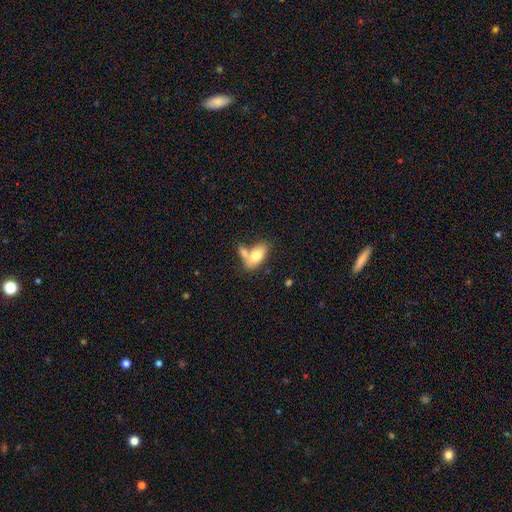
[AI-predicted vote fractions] smooth-or-featured: smooth: 74% | featured or disk: 20% | star or artifact: 6%
  how-rounded: in between: 89% | cigar-shaped: 7% | round: 4%
  merging: merger: 43% | none: 36% | minor disturbance: 14% | major disturbance: 6%